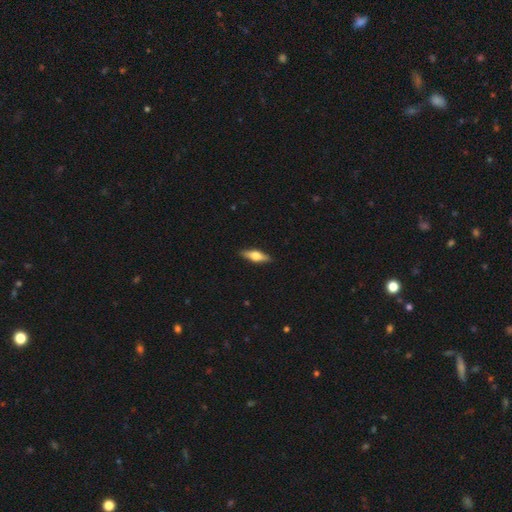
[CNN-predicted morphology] Overall: featured or disk (50%; smooth 44%). Merging: none (90%).